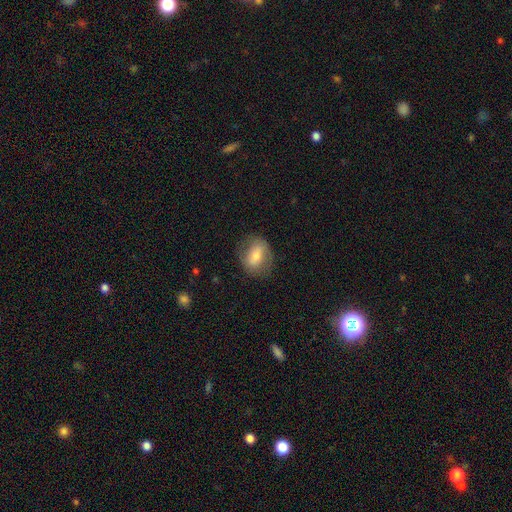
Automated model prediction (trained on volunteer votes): Morphology: type=smooth (57%); roundness=in between (60%); merging=none (75%).